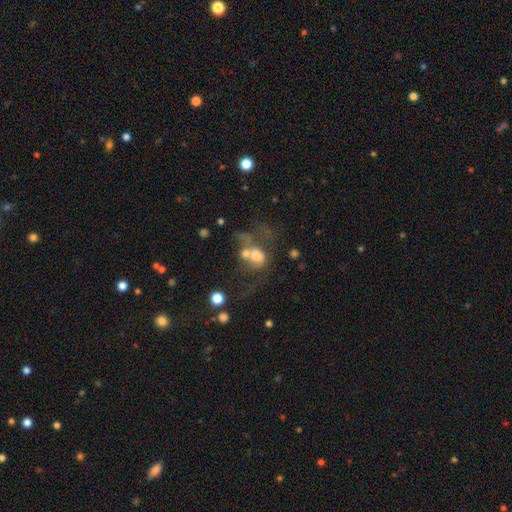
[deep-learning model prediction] Overall: smooth (52%; featured or disk 33%). How rounded: round (53%; in between 46%). Merging: merger (43%; major disturbance 27%).